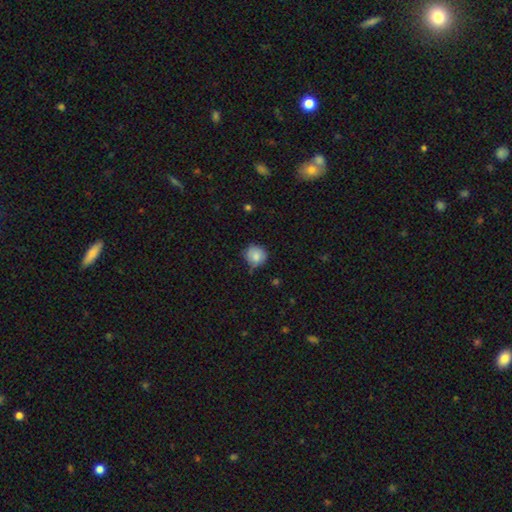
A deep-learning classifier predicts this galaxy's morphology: smooth 81%, featured or disk 11%, star or artifact 8%. Down the decision tree: how rounded — round (88%); merging — none (69%).